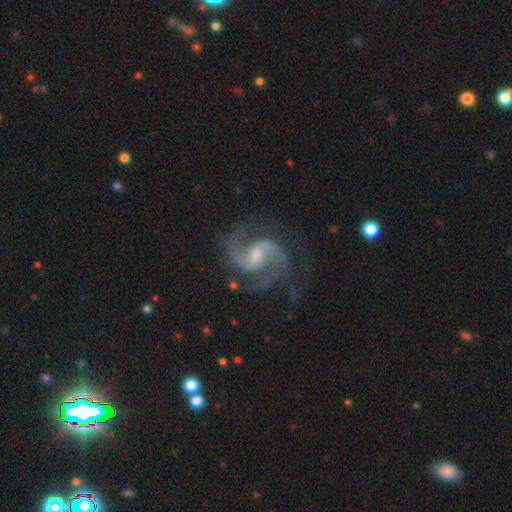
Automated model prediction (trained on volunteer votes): This is clearly a featured or disk galaxy (92%). It is clearly not viewed edge-on (98%). Bar: possibly weak (50%). Spiral arm pattern: clearly yes (98%). Spiral arm count: likely 2 (79%). Spiral winding: likely medium (64%). Central bulge: possibly moderate (46%). Merging: likely none (71%).